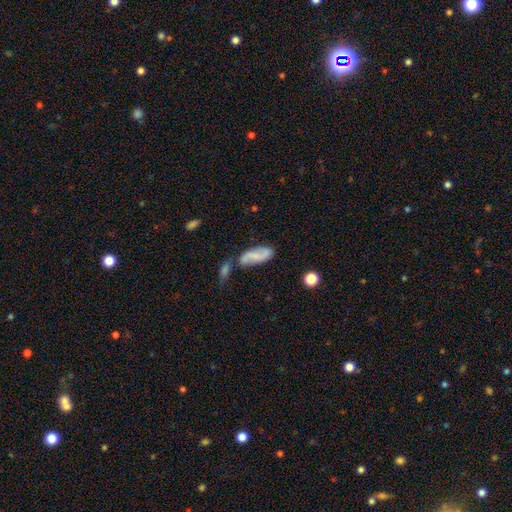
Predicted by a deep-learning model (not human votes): smooth-or-featured: featured or disk: 49% | smooth: 43% | star or artifact: 8%
  merging: none: 49% | merger: 26% | minor disturbance: 18% | major disturbance: 7%